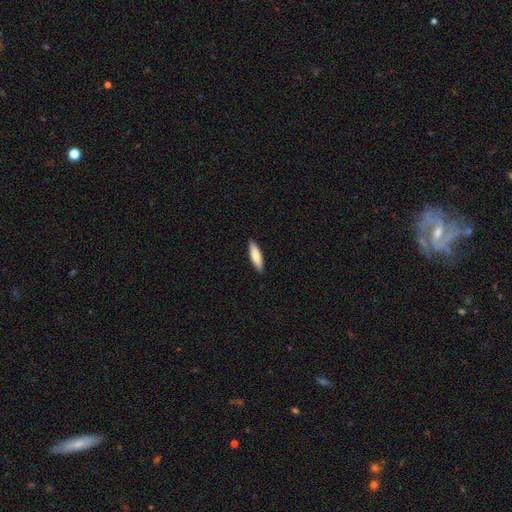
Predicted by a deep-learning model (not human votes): A smooth galaxy with no disk features (80%) that is cigar-shaped (67%). Merging: none (90%).